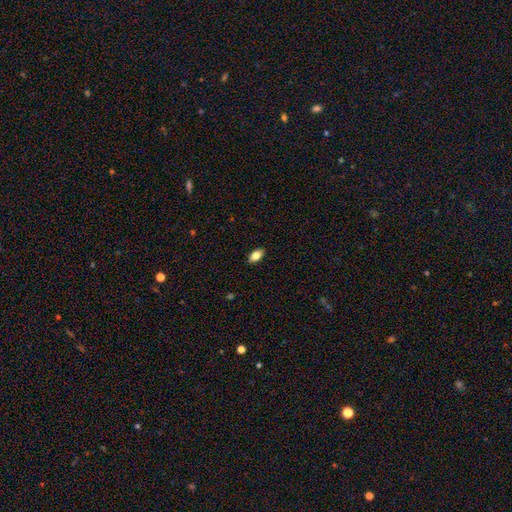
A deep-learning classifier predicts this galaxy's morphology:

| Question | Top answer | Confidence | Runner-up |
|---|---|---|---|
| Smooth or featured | smooth | 83% | featured or disk (9%) |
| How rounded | in between | 90% | round (7%) |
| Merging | none | 89% | minor disturbance (8%) |